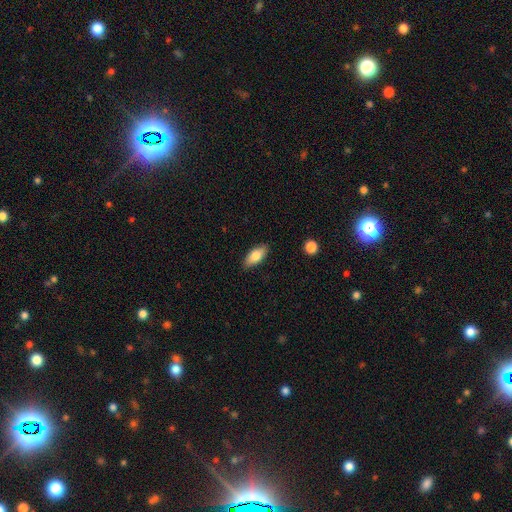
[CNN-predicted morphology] smooth 78%, featured or disk 16%, star or artifact 7%. Down the decision tree: how rounded — in between (83%); merging — none (87%).